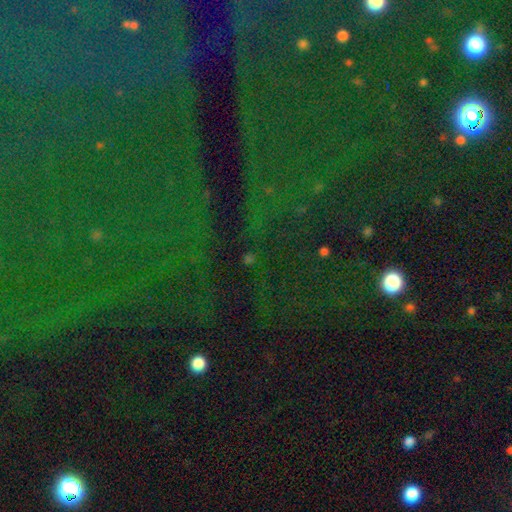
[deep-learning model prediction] Smooth or featured?
  - star or artifact: 82% *
  - smooth: 10%
  - featured or disk: 8%